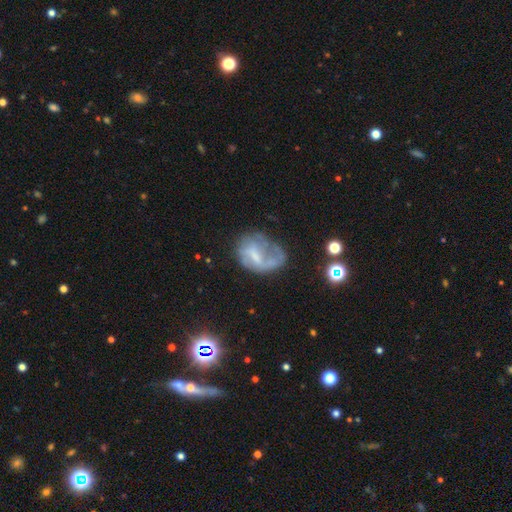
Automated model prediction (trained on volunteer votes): A featured or disk galaxy (59%) with a weak bar (44%), spiral arms (60%) and no central bulge (41%).

Vote fractions:
- Smooth or featured? featured or disk: 59% / smooth: 29% / star or artifact: 11%
- Edge-on disk? no: 97% / yes: 3%
- Bar? weak: 44% / no: 40% / strong: 16%
- Spiral arms? yes: 60% / no: 40%
- Bulge size? none: 41% / small: 31% / moderate: 22% / large: 4% / dominant: 1%
- Merging? none: 35% (tied) / major disturbance: 35% (tied) / minor disturbance: 24% / merger: 6%